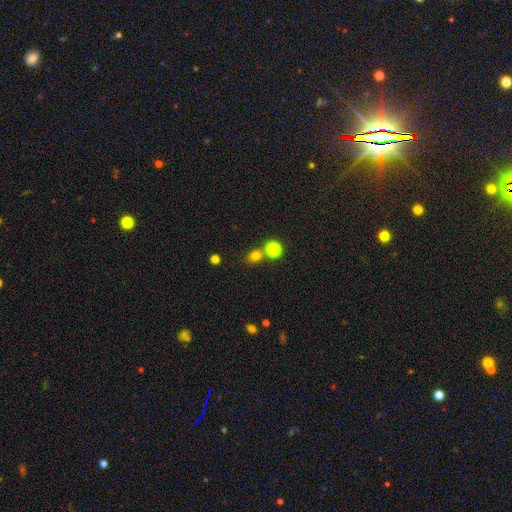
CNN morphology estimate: Overall: smooth (76%). How rounded: round (63%; in between 35%). Merging: none (58%; merger 30%).